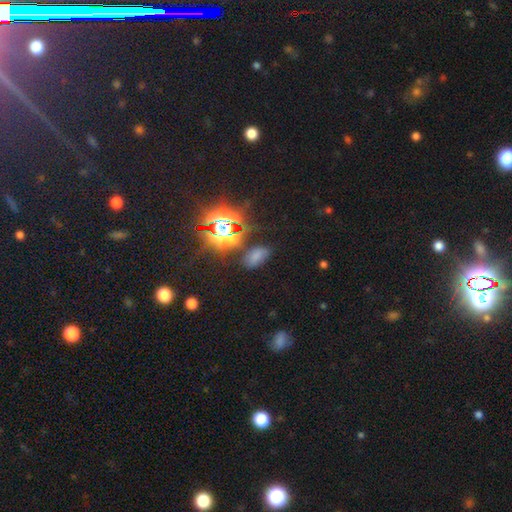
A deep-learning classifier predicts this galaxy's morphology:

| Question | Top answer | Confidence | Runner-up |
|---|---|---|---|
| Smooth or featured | smooth | 55% | star or artifact (36%) |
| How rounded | in between | 90% | round (7%) |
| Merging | none | 72% | minor disturbance (16%) |